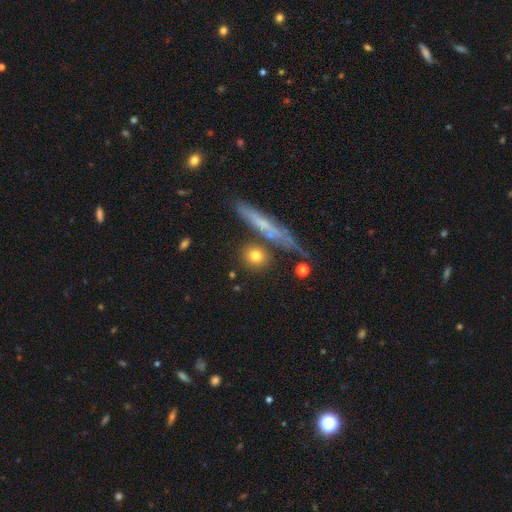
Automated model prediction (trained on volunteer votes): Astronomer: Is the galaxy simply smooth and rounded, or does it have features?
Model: smooth — 77%.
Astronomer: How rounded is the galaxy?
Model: round — 76%.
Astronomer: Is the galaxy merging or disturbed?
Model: none — 78%.